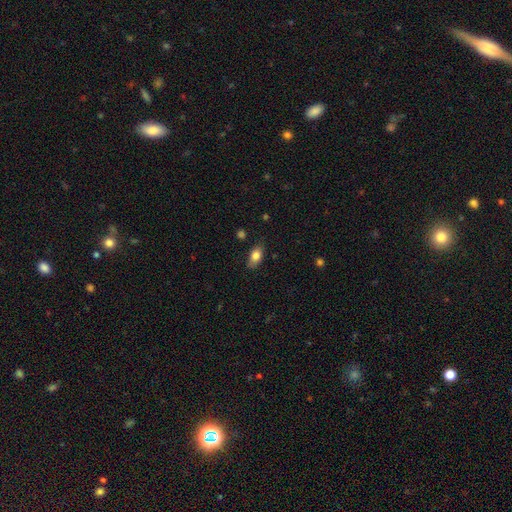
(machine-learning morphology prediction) smooth_or_featured: smooth (p=0.80) [alt: featured or disk p=0.12]
how_rounded: in between (p=0.86) [alt: round p=0.08]
merging: none (p=0.79) [alt: minor disturbance p=0.17]